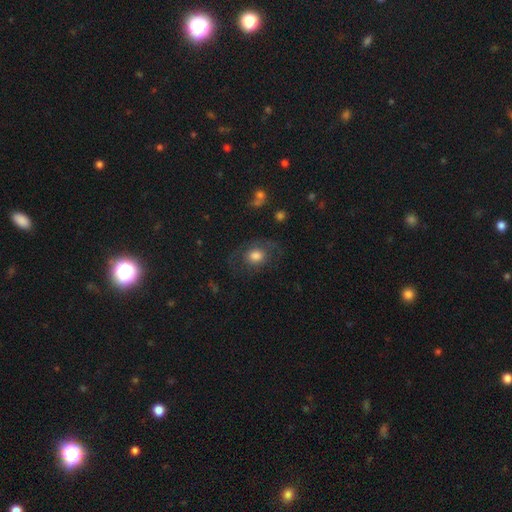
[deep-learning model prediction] Smooth or featured? Predicted: smooth (p=0.52). How rounded? Predicted: round (p=0.53). Merging? Predicted: none (p=0.61).